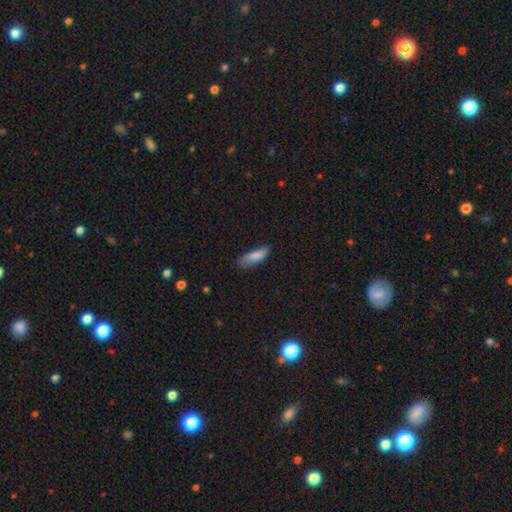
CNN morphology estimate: smooth-or-featured: smooth: 82% | featured or disk: 12% | star or artifact: 6%
  how-rounded: in between: 51% | cigar-shaped: 47% | round: 2%
  merging: none: 64% | minor disturbance: 28% | major disturbance: 6% | merger: 2%